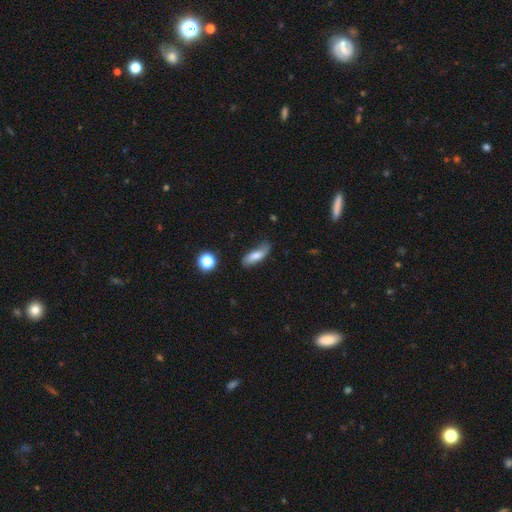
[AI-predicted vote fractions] Overall: smooth (69%). How rounded: in between (64%; cigar-shaped 32%). Merging: none (64%; minor disturbance 27%).